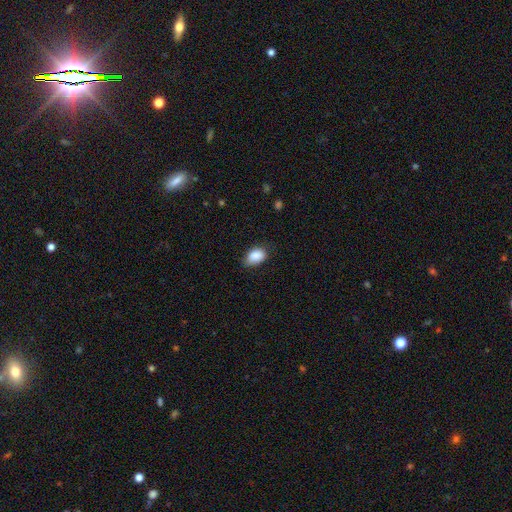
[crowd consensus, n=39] Overall: smooth (87%). How rounded: in between (65%; round 32%). Merging: none (49%; minor disturbance 41%).